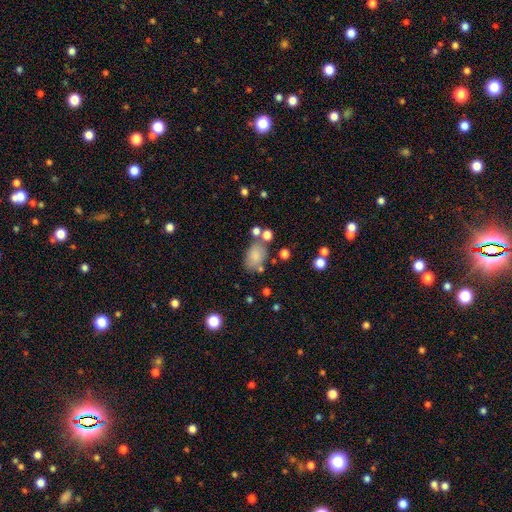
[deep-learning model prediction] Q: Smooth or featured?
A: smooth (79%); runner-up: featured or disk (11%)
Q: How rounded?
A: in between (80%); runner-up: round (18%)
Q: Merging?
A: none (61%); runner-up: minor disturbance (17%)